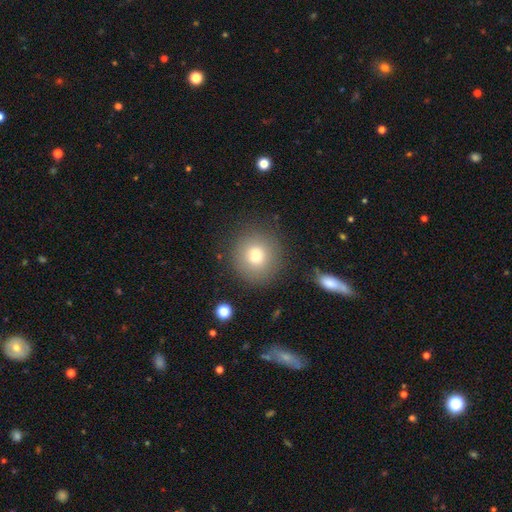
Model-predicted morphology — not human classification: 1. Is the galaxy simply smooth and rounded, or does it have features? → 78% smooth, 12% star or artifact, 11% featured or disk.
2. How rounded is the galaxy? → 92% round, 7% in between, 1% cigar-shaped.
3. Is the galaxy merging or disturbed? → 86% none, 9% minor disturbance, 4% major disturbance, 2% merger.